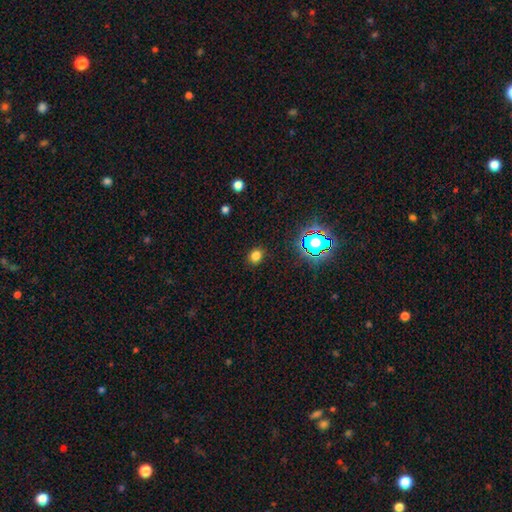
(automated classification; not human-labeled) Q: Smooth or featured?
A: smooth (76%); runner-up: star or artifact (19%)
Q: How rounded?
A: round (62%); runner-up: in between (37%)
Q: Merging?
A: none (87%); runner-up: minor disturbance (9%)